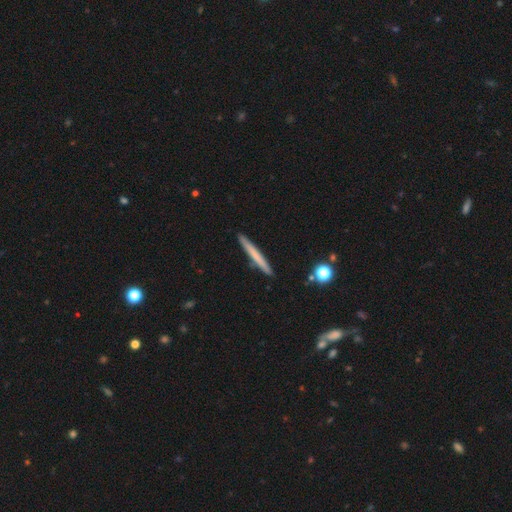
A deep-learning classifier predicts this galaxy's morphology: type=smooth (62%); roundness=cigar-shaped (97%); merging=none (91%).